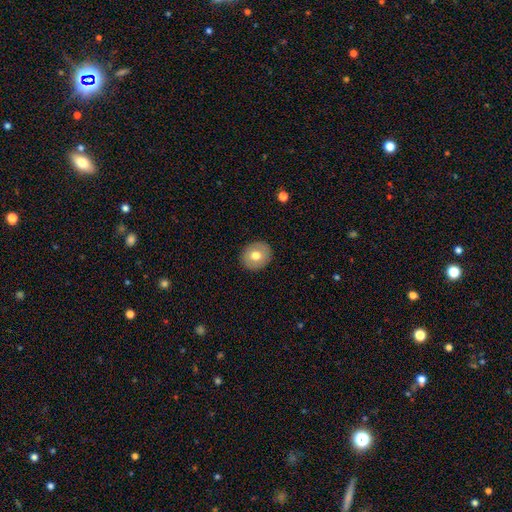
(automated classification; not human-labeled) This appears to be a smooth galaxy with no disk features (71%) that is round (73%). Merging: none (90%).